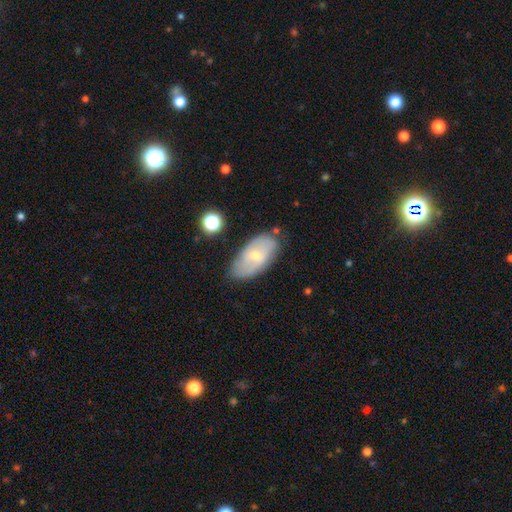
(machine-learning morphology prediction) This is possibly a smooth galaxy (48%). Merging: likely none (69%).